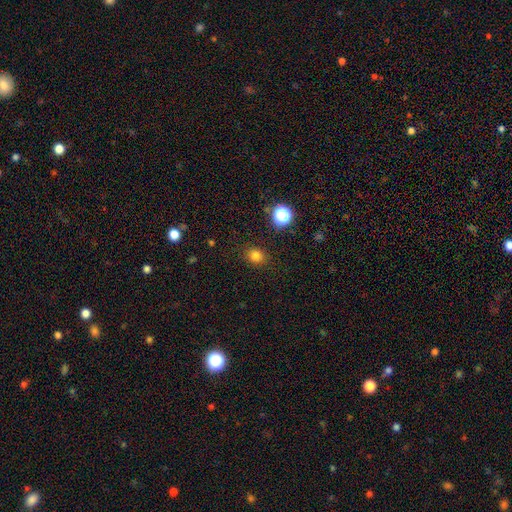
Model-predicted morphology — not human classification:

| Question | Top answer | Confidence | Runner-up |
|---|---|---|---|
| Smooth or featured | smooth | 80% | star or artifact (15%) |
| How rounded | round | 73% | in between (26%) |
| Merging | none | 87% | minor disturbance (9%) |